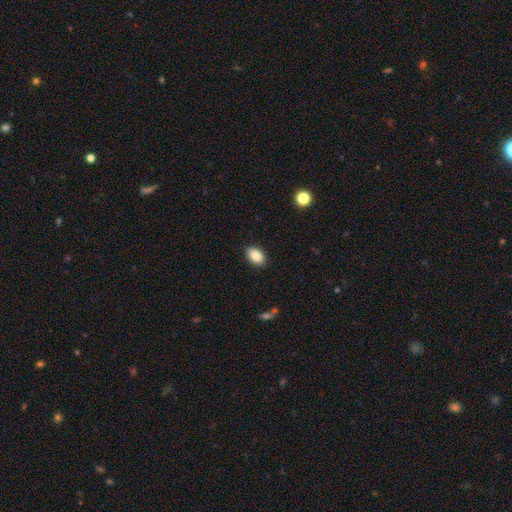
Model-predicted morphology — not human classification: type=smooth (86%); roundness=in between (89%); merging=none (89%).